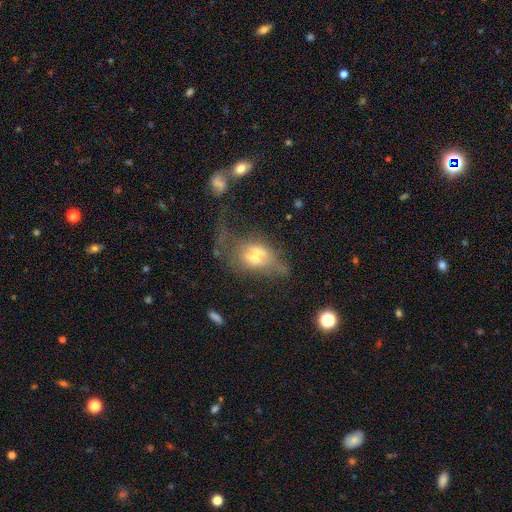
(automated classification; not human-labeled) smooth_or_featured: smooth (p=0.44) [tied with: featured or disk p=0.44]
merging: major disturbance (p=0.47) [alt: none p=0.24]